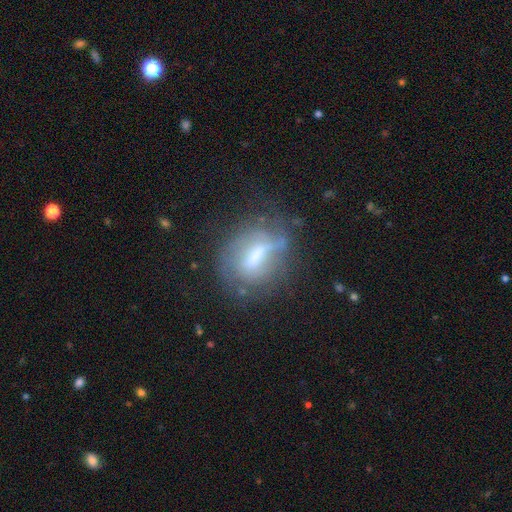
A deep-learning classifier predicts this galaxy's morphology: smooth_or_featured: featured or disk (p=0.56) [alt: smooth p=0.34]
disk_edge_on: no (p=0.83) [alt: yes p=0.17]
merging: none (p=0.54) [alt: minor disturbance p=0.24]